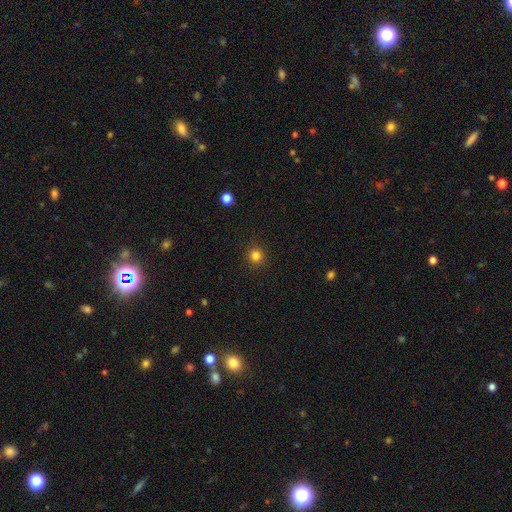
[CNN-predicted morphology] Q: Smooth or featured?
A: smooth (82%); runner-up: star or artifact (14%)
Q: How rounded?
A: round (94%); runner-up: in between (5%)
Q: Merging?
A: none (92%); runner-up: minor disturbance (5%)